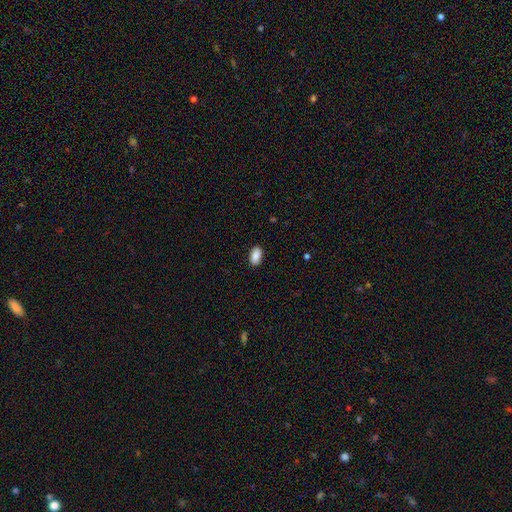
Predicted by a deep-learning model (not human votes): smooth 89%, star or artifact 7%, featured or disk 5%. Down the decision tree: how rounded — in between (93%); merging — none (88%).